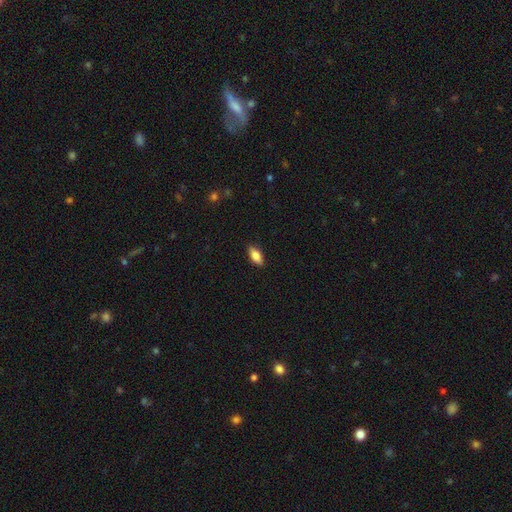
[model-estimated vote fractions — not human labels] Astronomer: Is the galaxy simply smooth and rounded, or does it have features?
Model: smooth — 82%.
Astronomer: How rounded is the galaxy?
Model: in between — 85%.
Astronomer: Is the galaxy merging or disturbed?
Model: none — 88%.